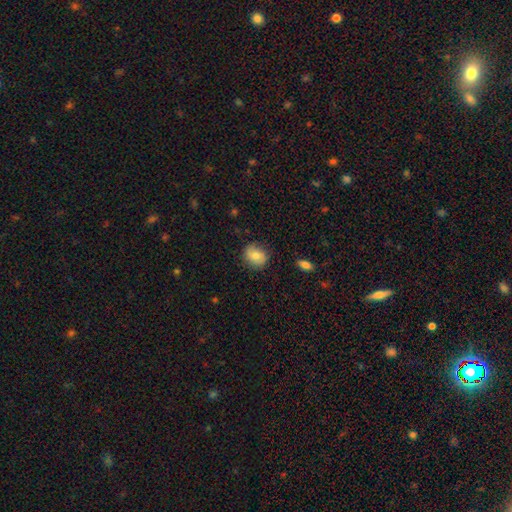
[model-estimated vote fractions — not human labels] A smooth galaxy with no disk features (75%) that is round (65%).

Vote fractions:
- Smooth or featured? smooth: 75% / featured or disk: 17% / star or artifact: 8%
- How rounded? round: 65% / in between: 34% / cigar-shaped: 1%
- Merging? none: 79% / minor disturbance: 16% / major disturbance: 4% / merger: 1%